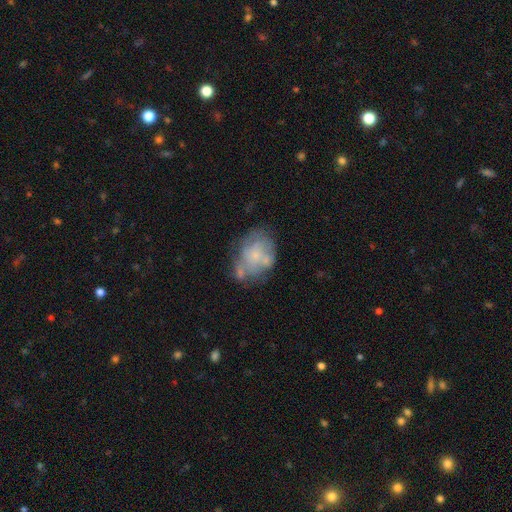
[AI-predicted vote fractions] Morphology: type=featured or disk (54%); edge-on=no (98%); bar=no (87%); spiral arms=no (68%); bulge=small (52%); merging=none (41%).